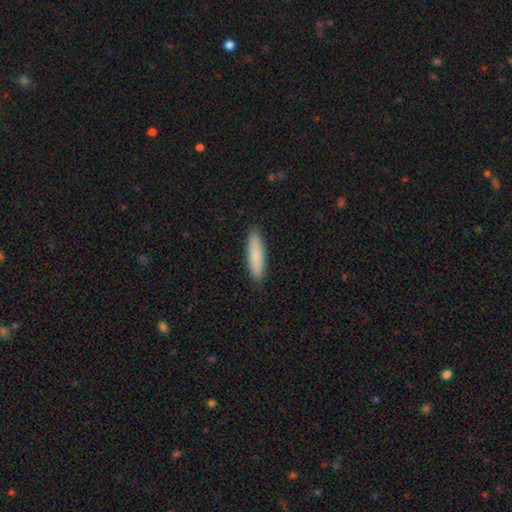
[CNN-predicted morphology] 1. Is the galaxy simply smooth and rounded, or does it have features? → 85% smooth, 10% featured or disk, 6% star or artifact.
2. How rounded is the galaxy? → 80% cigar-shaped, 19% in between, 1% round.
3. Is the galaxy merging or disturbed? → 90% none, 7% minor disturbance, 2% major disturbance, 1% merger.